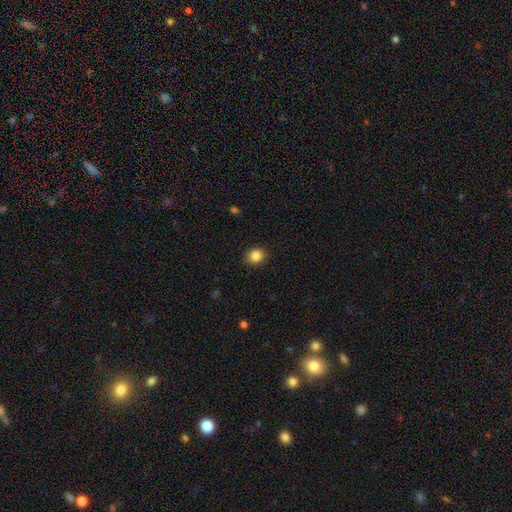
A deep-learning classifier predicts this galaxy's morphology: Smooth or featured? smooth (86%)
How rounded? round (66%)
Merging? none (90%)